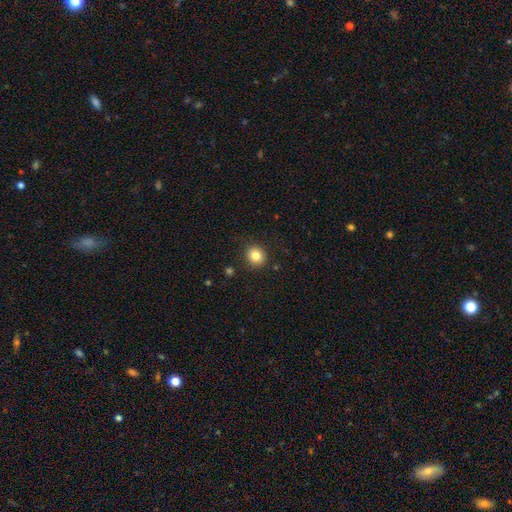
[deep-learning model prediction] A smooth galaxy with no disk features (83%) that is round (86%). Merging: none (89%).